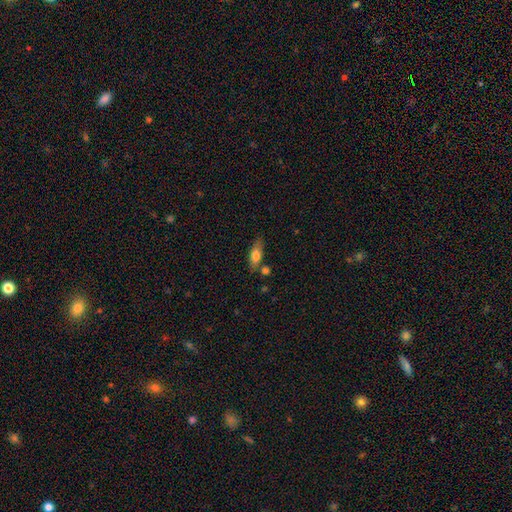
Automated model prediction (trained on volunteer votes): Smooth or featured? Predicted: smooth (p=0.71). How rounded? Predicted: in between (p=0.69). Merging? Predicted: none (p=0.67).